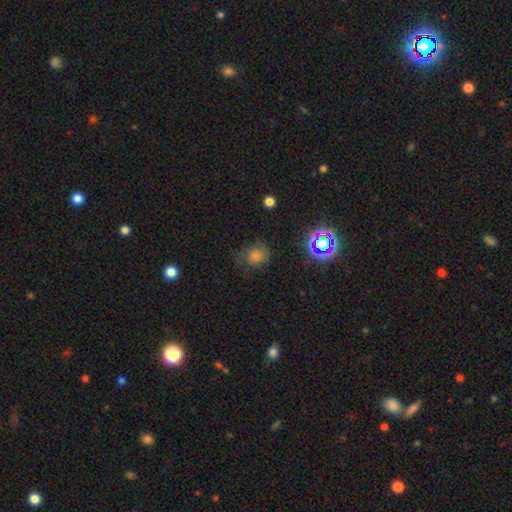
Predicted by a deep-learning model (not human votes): This appears to be a smooth galaxy with no disk features (61%) that is round (70%). Merging: none (62%).